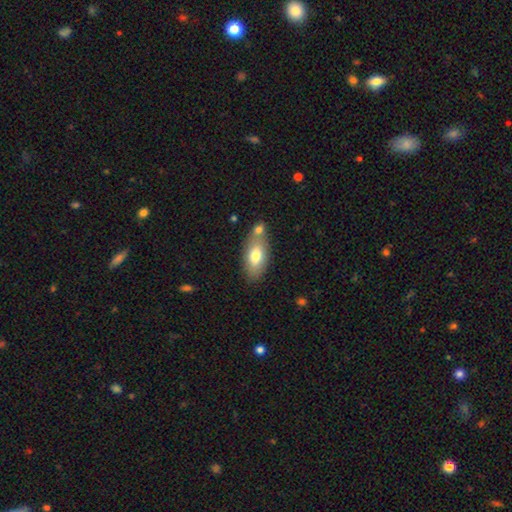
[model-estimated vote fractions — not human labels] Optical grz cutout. It shows a smooth galaxy with no disk features (72%) that is in between round and cigar-shaped (88%). Merging: none (56%).